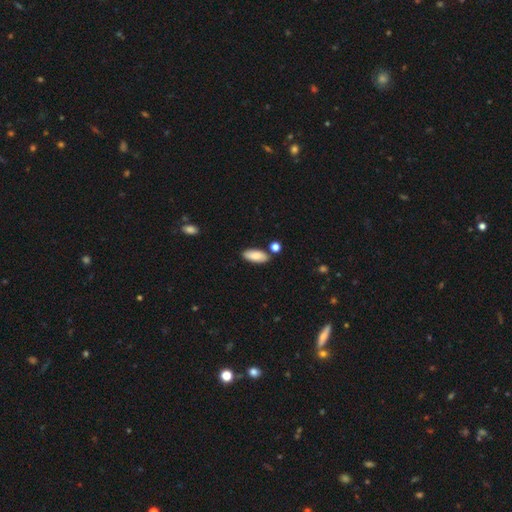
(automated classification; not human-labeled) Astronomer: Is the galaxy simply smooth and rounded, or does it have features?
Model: smooth — 84%.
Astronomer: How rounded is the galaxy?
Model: in between — 87%.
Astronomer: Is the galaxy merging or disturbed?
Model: none — 79%.